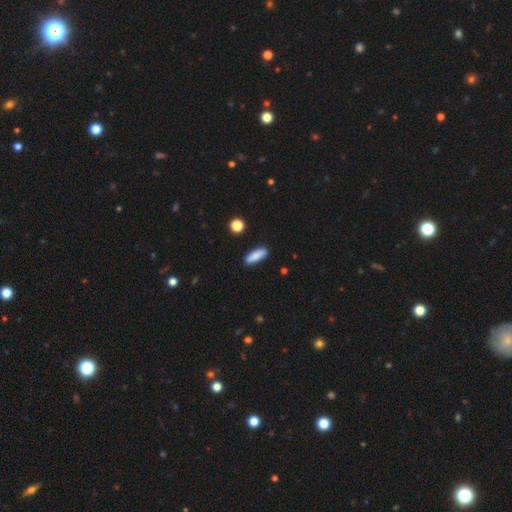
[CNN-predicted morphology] The model was most divided on "how rounded": in between: 52%, cigar-shaped: 45%, round: 2%. More confident: merging — none (88%); smooth or featured — smooth (87%).